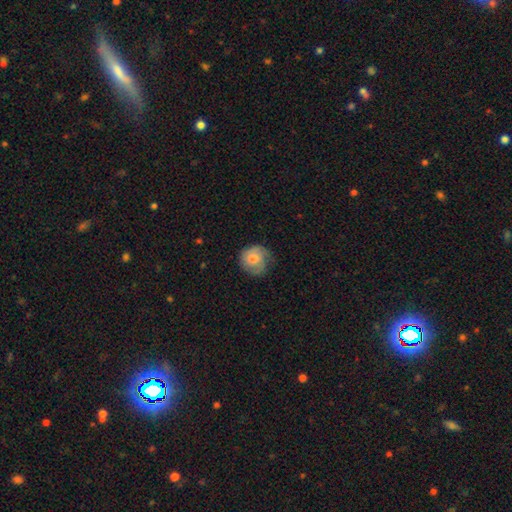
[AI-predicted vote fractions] A smooth galaxy with no disk features (59%) that is round (89%). Merging: none (67%).